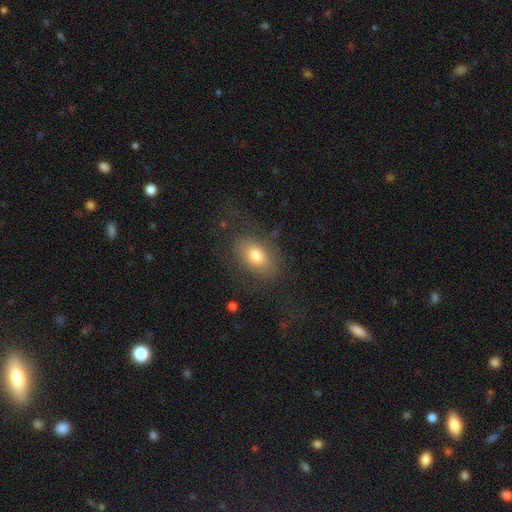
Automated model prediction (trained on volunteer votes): smooth-or-featured: smooth: 68% | featured or disk: 23% | star or artifact: 9%
  how-rounded: in between: 85% | round: 13% | cigar-shaped: 2%
  merging: none: 65% | minor disturbance: 18% | major disturbance: 16% | merger: 2%